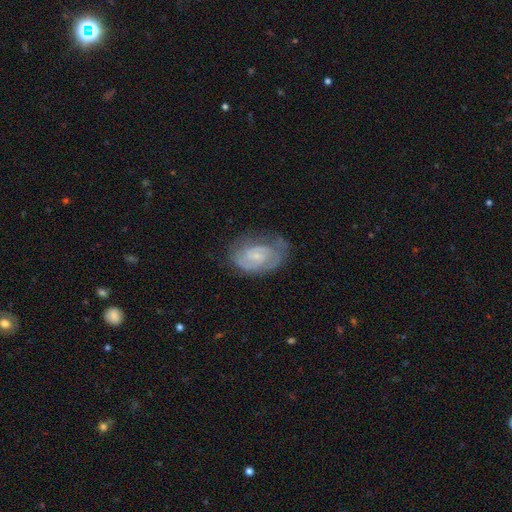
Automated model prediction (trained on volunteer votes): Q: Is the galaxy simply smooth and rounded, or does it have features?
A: featured or disk — 66%.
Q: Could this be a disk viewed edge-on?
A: no — 96%.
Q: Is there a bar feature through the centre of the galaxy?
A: no — 61%.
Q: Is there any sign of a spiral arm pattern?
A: yes — 80%.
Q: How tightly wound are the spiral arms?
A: tight — 58%.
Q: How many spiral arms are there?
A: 2 — 41%.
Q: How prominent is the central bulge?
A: small — 63%.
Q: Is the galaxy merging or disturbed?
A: none — 62%.